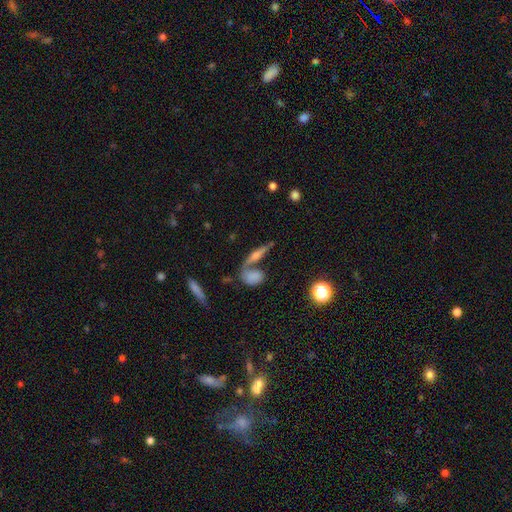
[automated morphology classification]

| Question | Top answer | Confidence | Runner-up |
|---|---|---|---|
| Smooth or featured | featured or disk | 46% | smooth (40%) |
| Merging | none | 51% | merger (33%) |